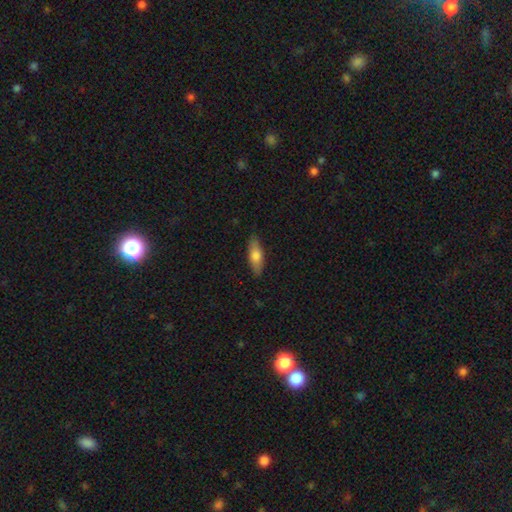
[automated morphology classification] A smooth galaxy with no disk features (68%) that is in between round and cigar-shaped (56%). Merging: none (87%).